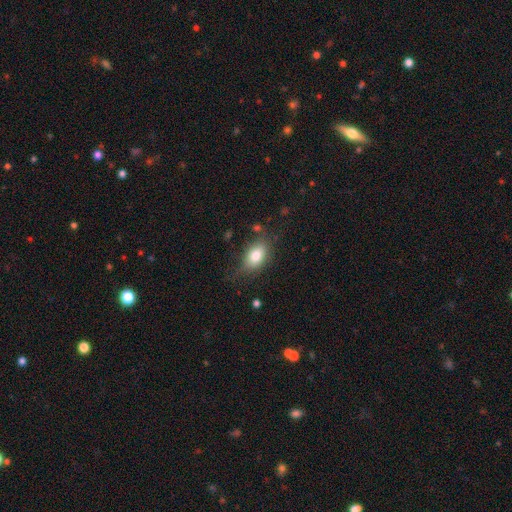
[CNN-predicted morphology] A smooth galaxy with no disk features (79%) that is in between round and cigar-shaped (85%).

Vote fractions:
- Smooth or featured? smooth: 79% / featured or disk: 13% / star or artifact: 8%
- How rounded? in between: 85% / round: 12% / cigar-shaped: 3%
- Merging? none: 68% / minor disturbance: 23% / major disturbance: 7% / merger: 3%